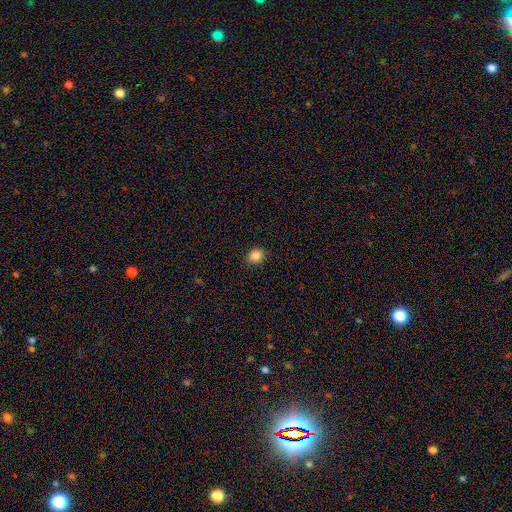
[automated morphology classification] A smooth galaxy with no disk features (85%) that is round (62%). Merging: none (90%).